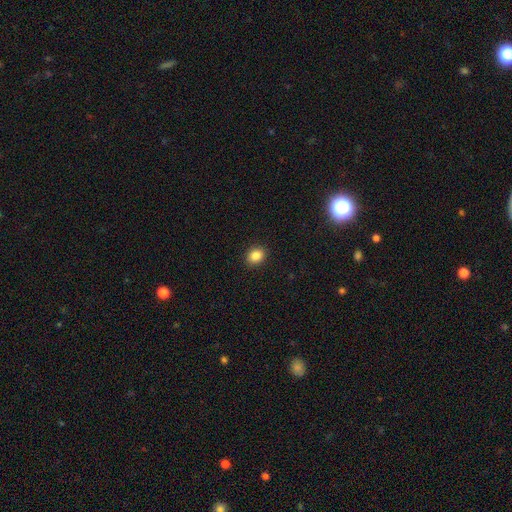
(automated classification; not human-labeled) smooth-or-featured: smooth: 85% | star or artifact: 10% | featured or disk: 4%
  how-rounded: round: 57% | in between: 42% | cigar-shaped: 1%
  merging: none: 91% | minor disturbance: 6% | major disturbance: 2% | merger: 1%